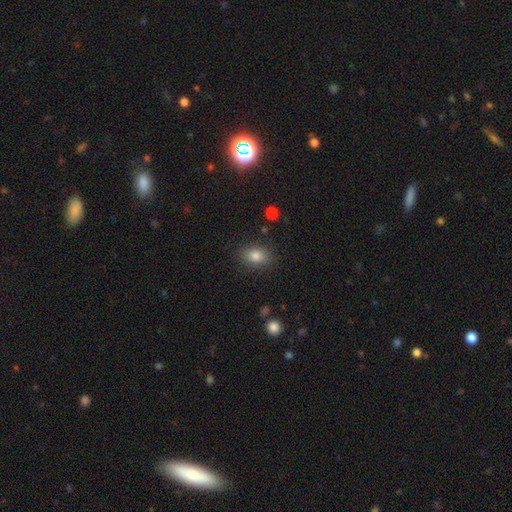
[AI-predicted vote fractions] This appears to be a smooth galaxy with no disk features (82%) that is in between round and cigar-shaped (77%). Merging: none (85%).